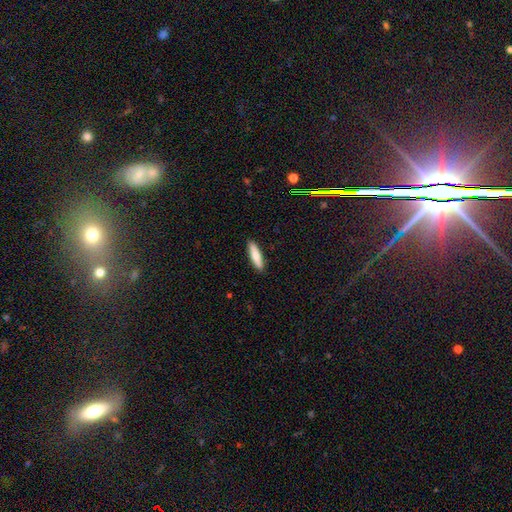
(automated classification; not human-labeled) Smooth or featured? smooth (72%)
How rounded? cigar-shaped (72%)
Merging? none (90%)